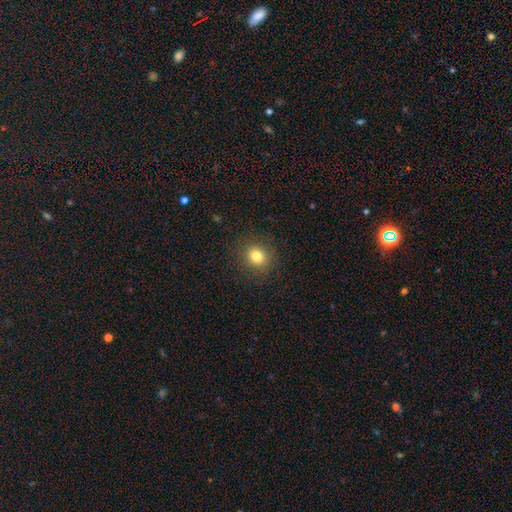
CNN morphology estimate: smooth-or-featured: smooth: 81% | star or artifact: 13% | featured or disk: 6%
  how-rounded: round: 83% | in between: 16% | cigar-shaped: 1%
  merging: none: 89% | minor disturbance: 7% | major disturbance: 3% | merger: 1%